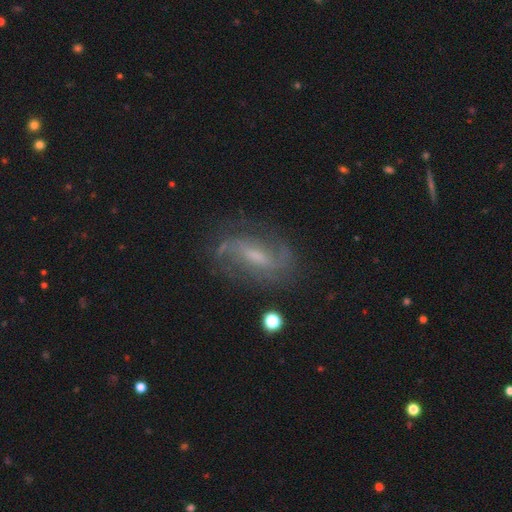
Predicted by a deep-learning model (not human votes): featured or disk 81%, smooth 12%, star or artifact 8%. Down the decision tree: edge-on disk — no (94%); bar — weak (52%); spiral arms — yes (93%); spiral arm count — 2 (73%); spiral winding — medium (46%); bulge size — small (43%); merging — none (73%).